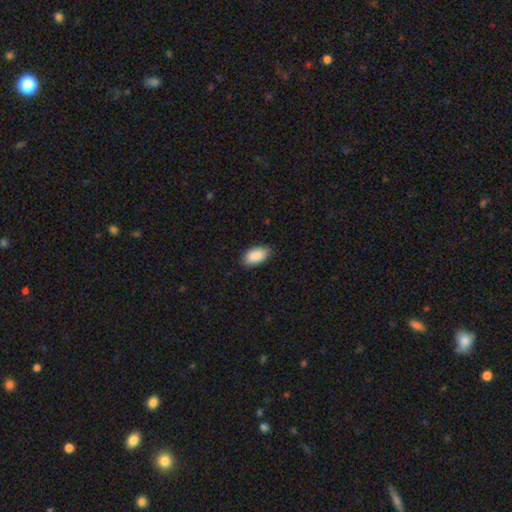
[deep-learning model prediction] Overall: smooth (91%). How rounded: in between (95%). Merging: none (85%).